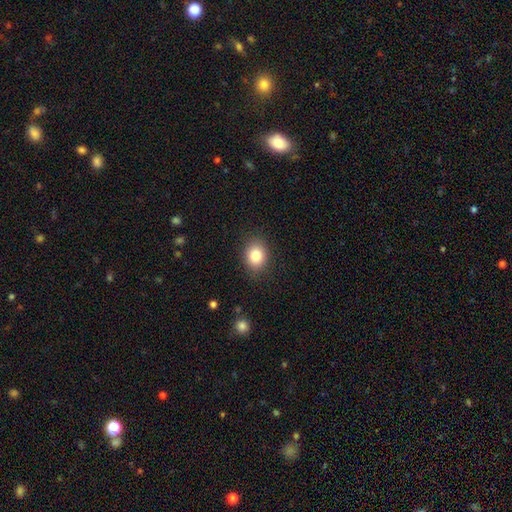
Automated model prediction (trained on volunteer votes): A smooth galaxy with no disk features (82%) that is round (55%). Merging: none (87%).